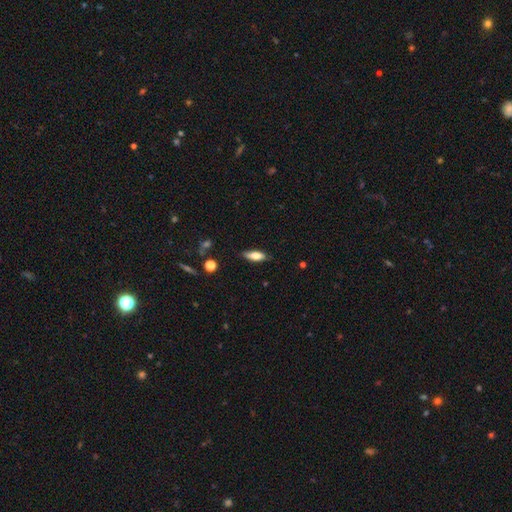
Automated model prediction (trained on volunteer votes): smooth-or-featured: smooth: 69% | featured or disk: 23% | star or artifact: 7%
  how-rounded: in between: 66% | cigar-shaped: 32% | round: 3%
  merging: none: 79% | minor disturbance: 16% | major disturbance: 3% | merger: 2%